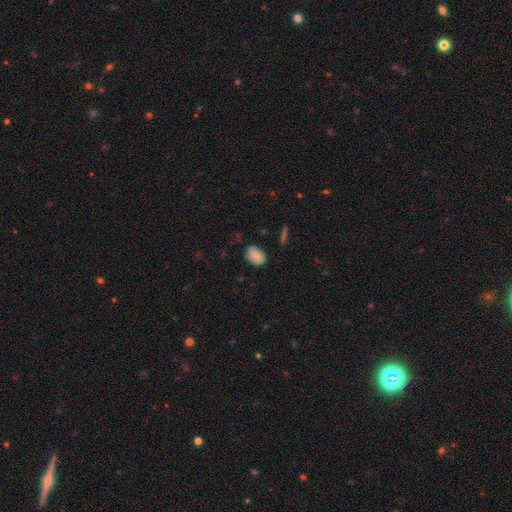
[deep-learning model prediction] Overall: smooth (83%). How rounded: in between (81%). Merging: none (80%).